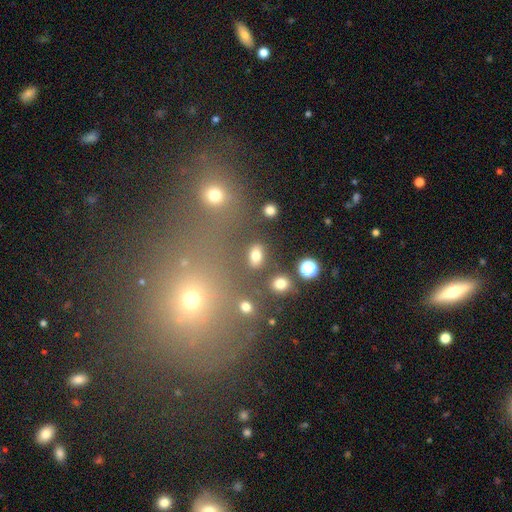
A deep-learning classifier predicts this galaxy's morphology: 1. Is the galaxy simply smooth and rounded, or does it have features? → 78% smooth, 12% star or artifact, 9% featured or disk.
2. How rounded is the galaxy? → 82% in between, 15% round, 3% cigar-shaped.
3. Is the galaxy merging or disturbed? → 81% none, 10% minor disturbance, 6% merger, 4% major disturbance.